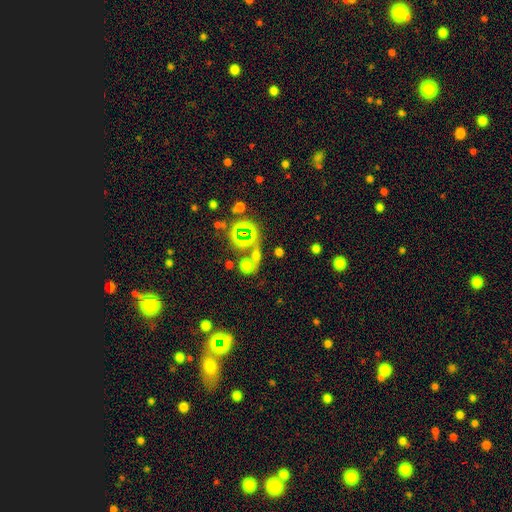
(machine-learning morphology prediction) smooth-or-featured: smooth: 56% | star or artifact: 34% | featured or disk: 11%
  how-rounded: round: 70% | in between: 26% | cigar-shaped: 3%
  merging: none: 55% | merger: 29% | minor disturbance: 9% | major disturbance: 6%